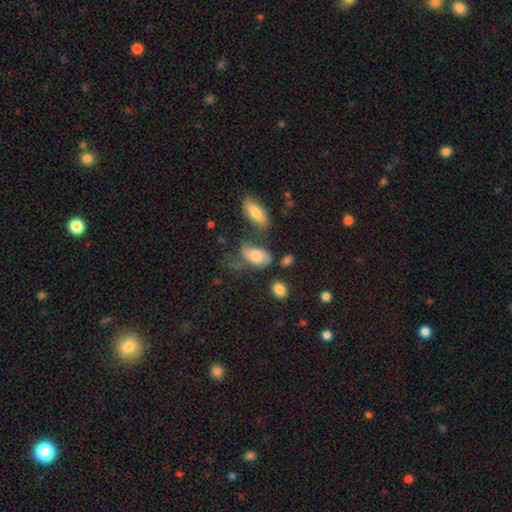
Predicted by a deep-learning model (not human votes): This is likely a smooth galaxy (65%). How rounded: clearly in between (91%). Merging: marginally major disturbance (30%).